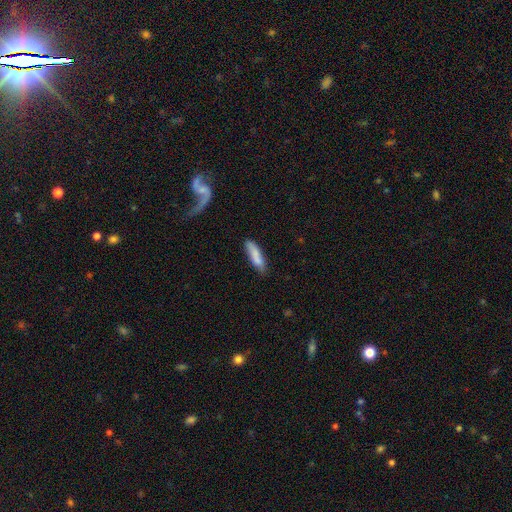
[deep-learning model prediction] smooth-or-featured: smooth: 80% | featured or disk: 14% | star or artifact: 6%
  how-rounded: cigar-shaped: 66% | in between: 33% | round: 2%
  merging: none: 71% | minor disturbance: 20% | major disturbance: 4% | merger: 4%